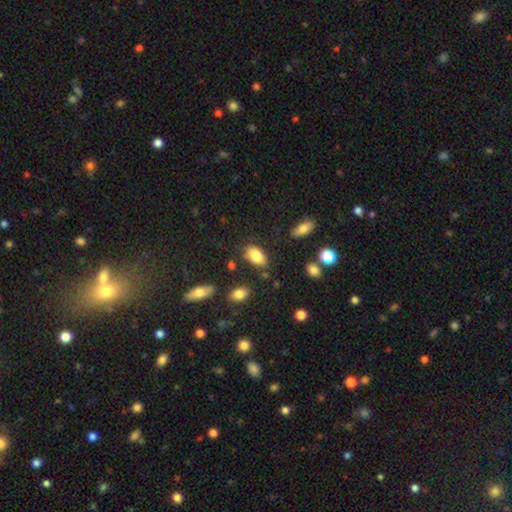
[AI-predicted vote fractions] The model was most divided on "merging": none: 74%, minor disturbance: 17%, major disturbance: 4%, merger: 4%. More confident: how rounded — in between (93%); smooth or featured — smooth (84%).